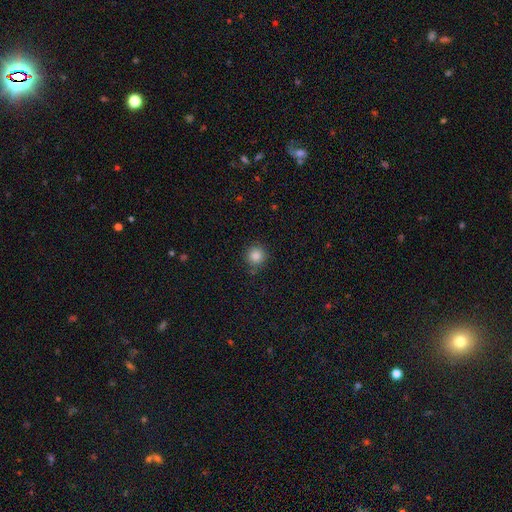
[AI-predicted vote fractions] A smooth galaxy with no disk features (85%) that is round (93%). Merging: none (85%).